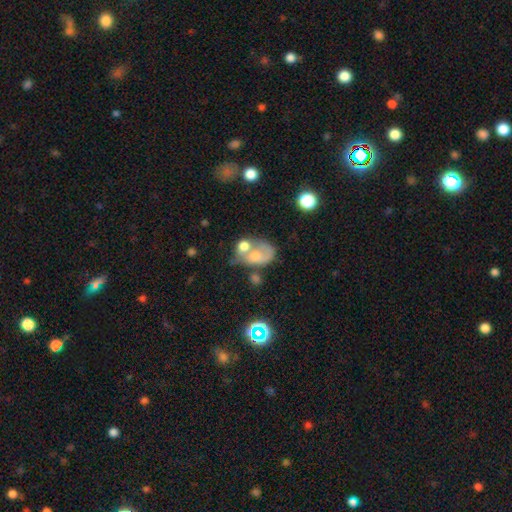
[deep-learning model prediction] Overall: smooth (54%; featured or disk 34%). How rounded: in between (69%; round 30%). Merging: merger (50%; major disturbance 19%).